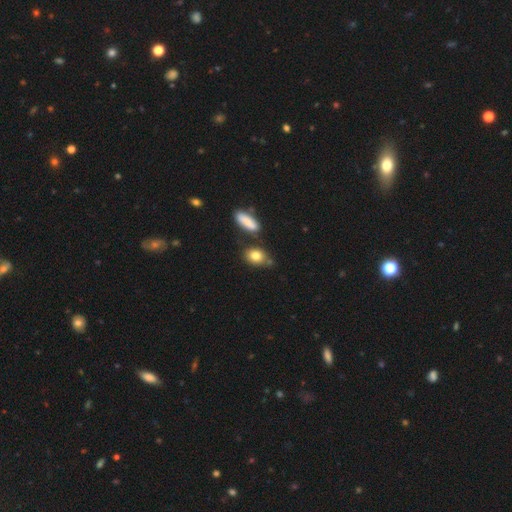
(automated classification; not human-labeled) Smooth or featured? Predicted: smooth (p=0.82). How rounded? Predicted: in between (p=0.65). Merging? Predicted: none (p=0.64).